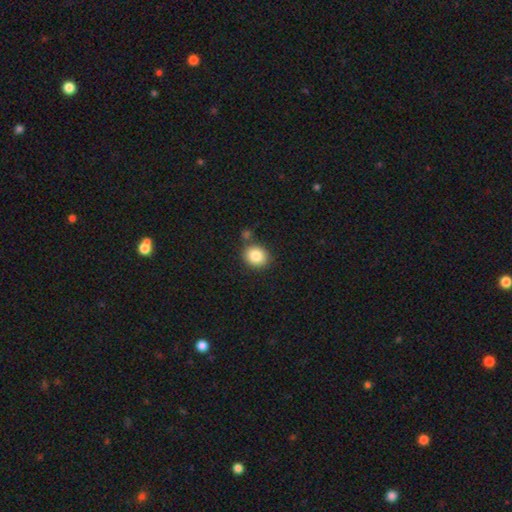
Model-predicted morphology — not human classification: This is clearly a smooth galaxy (85%). How rounded: likely round (66%). Merging: likely none (77%).